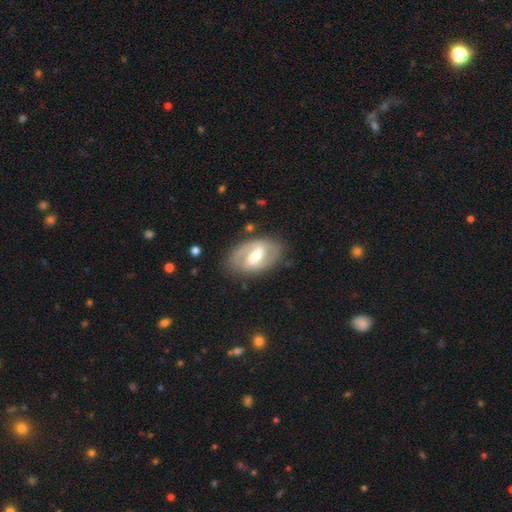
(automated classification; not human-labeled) Smooth or featured?
  - featured or disk: 78% *
  - smooth: 17%
  - star or artifact: 5%
Edge-on disk?
  - no: 95% *
  - yes: 5%
Bar?
  - strong: 55% *
  - weak: 35%
  - no: 9%
Spiral arms?
  - yes: 82% *
  - no: 18%
Spiral winding?
  - medium: 48% *
  - tight: 35%
  - loose: 18%
Spiral arm count?
  - 2: 85% *
  - can't tell: 8%
  - 1: 4%
  - 3: 1%
  - 4: 1%
  - more than 4: 1%
Bulge size?
  - moderate: 57% *
  - small: 24%
  - large: 15%
  - none: 2%
  - dominant: 2%
Merging?
  - none: 81% *
  - minor disturbance: 13%
  - major disturbance: 5%
  - merger: 2%